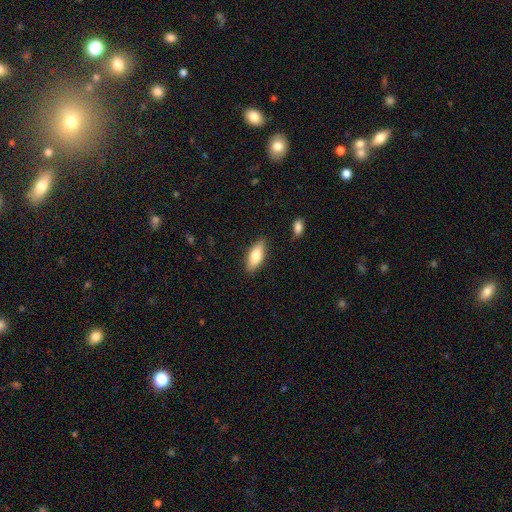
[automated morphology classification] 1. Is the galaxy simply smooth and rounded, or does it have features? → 79% smooth, 15% featured or disk, 6% star or artifact.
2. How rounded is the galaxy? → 75% in between, 22% cigar-shaped, 2% round.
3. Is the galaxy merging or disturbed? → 85% none, 10% minor disturbance, 2% major disturbance, 2% merger.